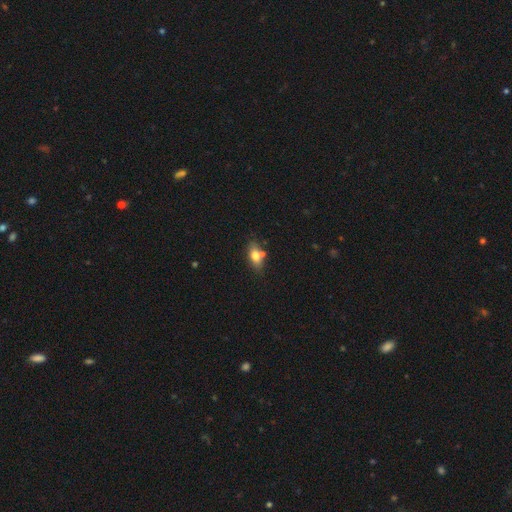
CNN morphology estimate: Smooth or featured?
  - smooth: 74% *
  - featured or disk: 18%
  - star or artifact: 9%
How rounded?
  - in between: 83% *
  - round: 10%
  - cigar-shaped: 7%
Merging?
  - none: 63% *
  - merger: 17%
  - minor disturbance: 16%
  - major disturbance: 4%